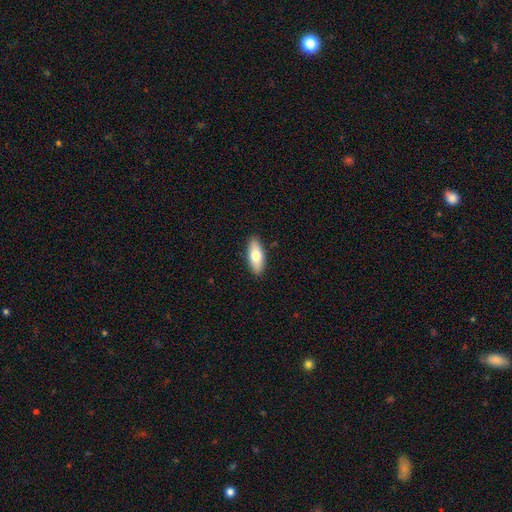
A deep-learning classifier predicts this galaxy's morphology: The model was most divided on "smooth or featured": smooth: 73%, featured or disk: 21%, star or artifact: 6%. More confident: merging — none (89%); how rounded — in between (79%).